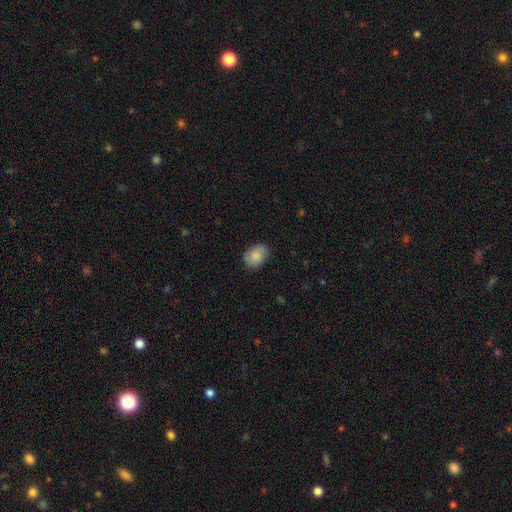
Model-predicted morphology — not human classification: type=smooth (82%); roundness=in between (81%); merging=none (80%).